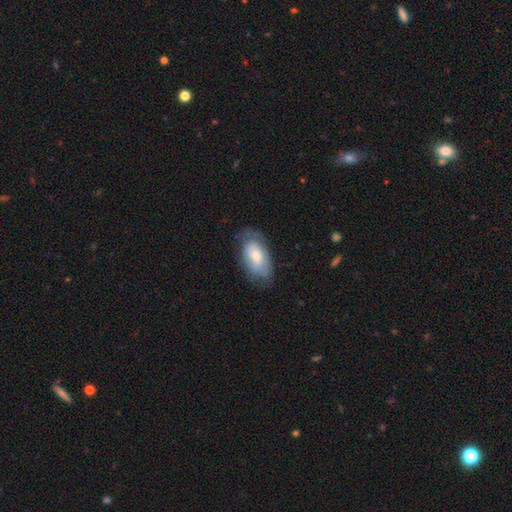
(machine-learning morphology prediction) A smooth galaxy with no disk features (62%) that is in between round and cigar-shaped (93%).

Vote fractions:
- Smooth or featured? smooth: 62% / featured or disk: 32% / star or artifact: 6%
- How rounded? in between: 93% / round: 4% / cigar-shaped: 3%
- Merging? none: 60% / minor disturbance: 28% / major disturbance: 10% / merger: 1%